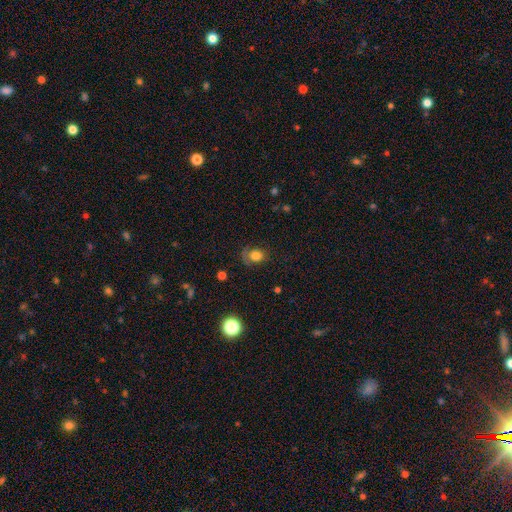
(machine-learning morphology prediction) type=smooth (74%); roundness=round (56%); merging=none (52%).